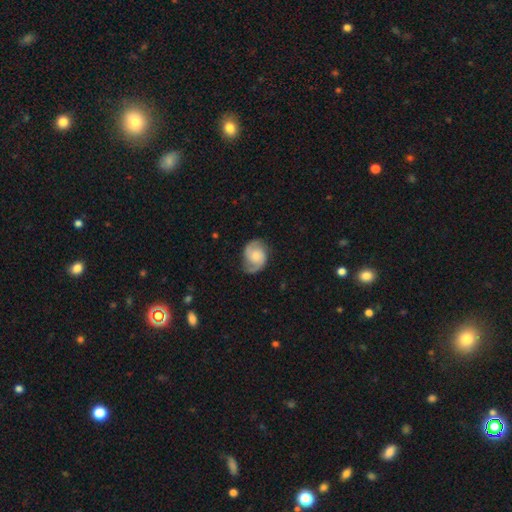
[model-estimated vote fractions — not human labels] Q: Smooth or featured?
A: featured or disk (72%); runner-up: smooth (21%)
Q: Edge-on disk?
A: no (98%); runner-up: yes (2%)
Q: Bar?
A: no (69%); runner-up: weak (27%)
Q: Spiral arms?
A: yes (94%); runner-up: no (6%)
Q: Spiral winding?
A: medium (48%); runner-up: tight (31%)
Q: Spiral arm count?
A: 2 (88%); runner-up: can't tell (5%)
Q: Bulge size?
A: moderate (43%); runner-up: small (42%)
Q: Merging?
A: none (72%); runner-up: minor disturbance (20%)